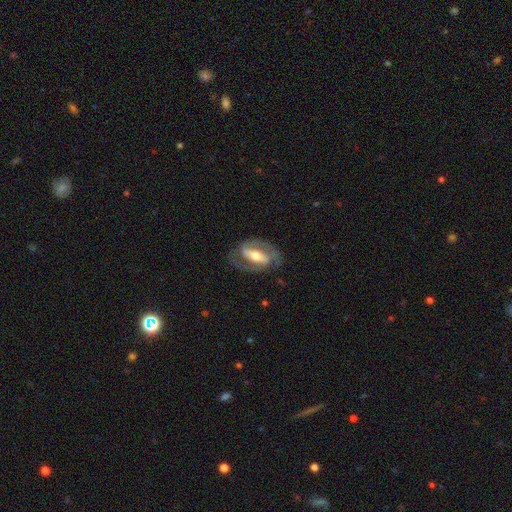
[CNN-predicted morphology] The model was most divided on "spiral winding": medium: 48%, tight: 39%, loose: 13%. More confident: edge-on disk — no (94%); spiral arm count — 2 (90%); spiral arms — yes (90%); smooth or featured — featured or disk (86%); merging — none (79%); bar — strong (67%); bulge size — moderate (61%).